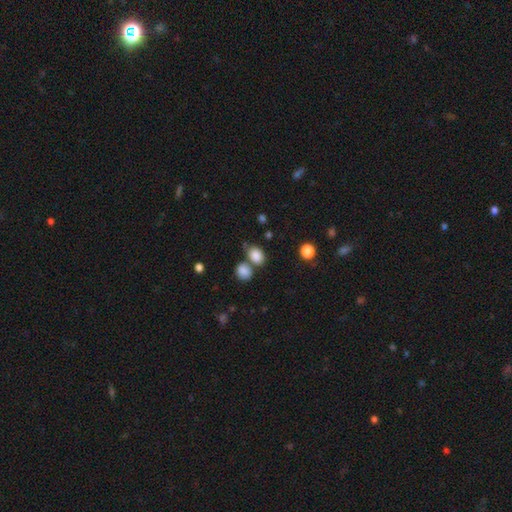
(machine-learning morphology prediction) smooth 85%, star or artifact 10%, featured or disk 6%. Down the decision tree: how rounded — in between (70%); merging — none (51%).